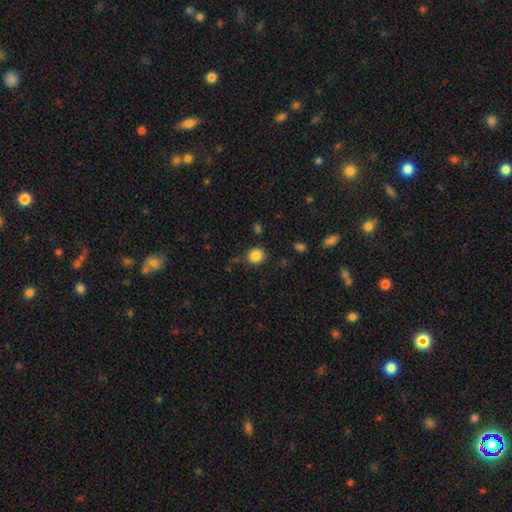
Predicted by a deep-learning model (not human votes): smooth 85%, star or artifact 10%, featured or disk 4%. Down the decision tree: how rounded — round (85%); merging — none (85%).